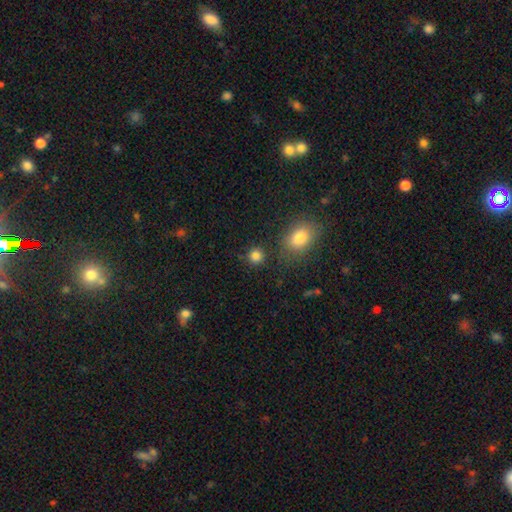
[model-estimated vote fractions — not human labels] Smooth or featured: smooth — 83% (star or artifact — 12%)
How rounded: round — 89% (in between — 10%)
Merging: none — 82% (minor disturbance — 9%)